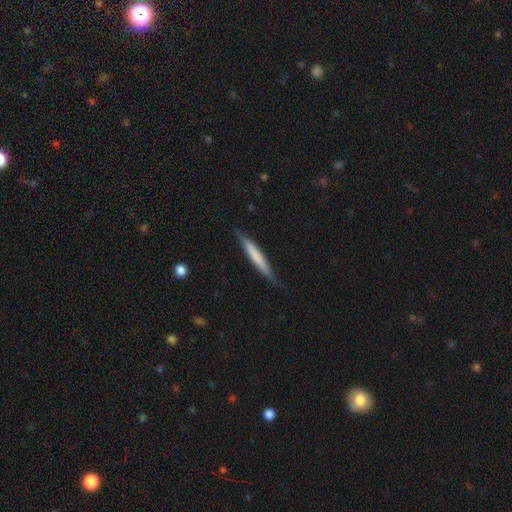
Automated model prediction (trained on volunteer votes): smooth 64%, featured or disk 31%, star or artifact 5%. Down the decision tree: how rounded — cigar-shaped (95%); merging — none (81%).